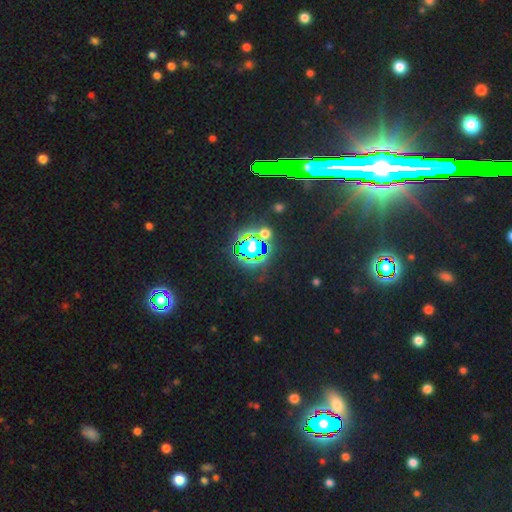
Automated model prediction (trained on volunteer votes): Overall: star or artifact (83%).